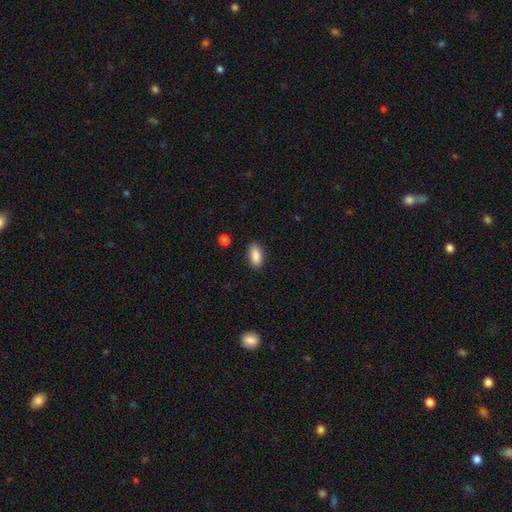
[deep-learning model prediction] A smooth galaxy with no disk features (88%) that is in between round and cigar-shaped (91%). Merging: none (87%).